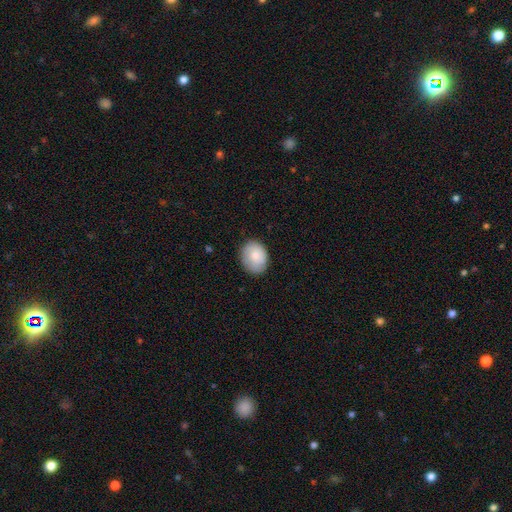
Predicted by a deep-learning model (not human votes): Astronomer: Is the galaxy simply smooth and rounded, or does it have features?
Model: smooth — 80%.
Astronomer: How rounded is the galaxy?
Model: in between — 54% (runner-up: round, 45%).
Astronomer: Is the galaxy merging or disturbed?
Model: none — 79%.